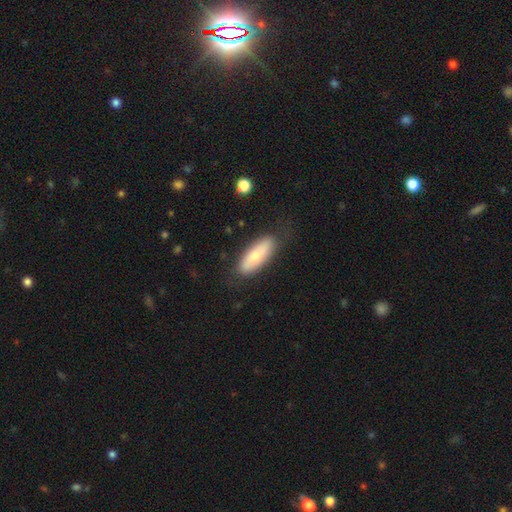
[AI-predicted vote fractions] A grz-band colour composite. It shows a smooth galaxy with no disk features (68%) that is in between round and cigar-shaped (70%). Merging: none (79%).